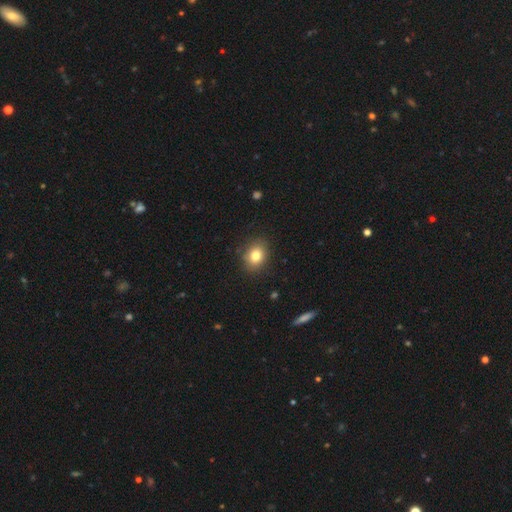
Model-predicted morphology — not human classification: Overall: smooth (81%). How rounded: in between (50%; round 49%). Merging: none (87%).